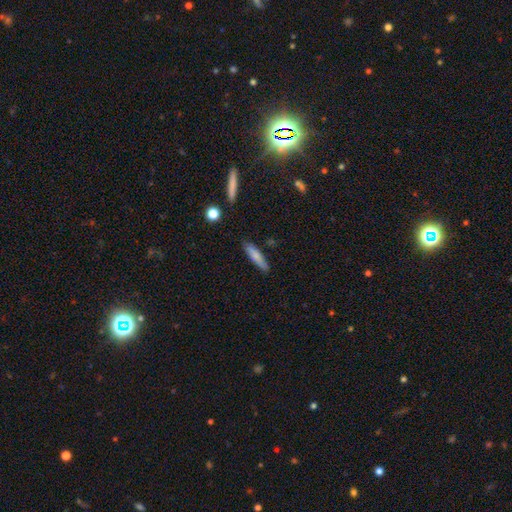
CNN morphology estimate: This appears to be a smooth galaxy with no disk features (78%) that is cigar-shaped (82%). Merging: none (85%).